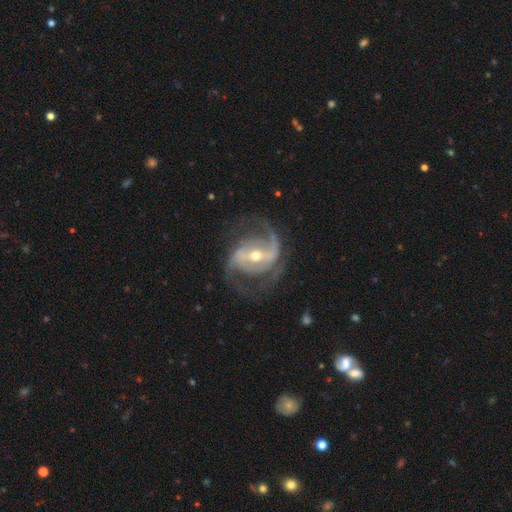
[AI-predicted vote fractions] This appears to be a featured or disk galaxy (91%) with a strong bar (51%), 2 (79%) medium (53%) spiral arms (97%) and a moderate central bulge (50%). Merging: none (68%).